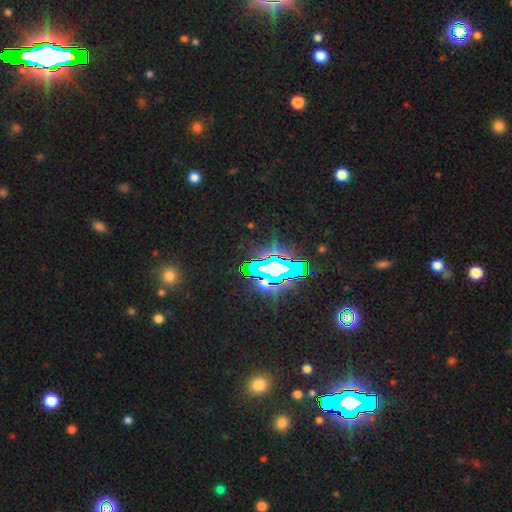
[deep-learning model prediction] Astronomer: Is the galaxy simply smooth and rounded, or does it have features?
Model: star or artifact — 78%.